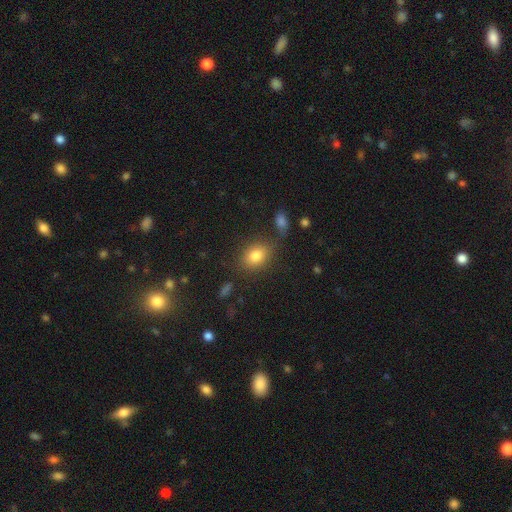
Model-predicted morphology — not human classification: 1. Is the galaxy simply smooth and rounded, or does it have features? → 81% smooth, 10% star or artifact, 9% featured or disk.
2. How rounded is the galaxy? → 65% in between, 33% round, 1% cigar-shaped.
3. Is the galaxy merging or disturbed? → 73% none, 15% minor disturbance, 7% merger, 6% major disturbance.